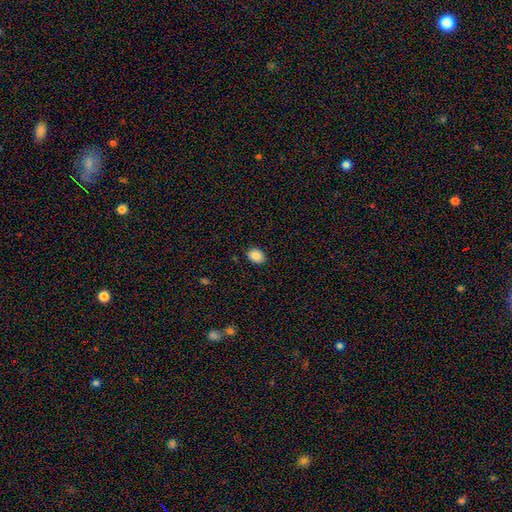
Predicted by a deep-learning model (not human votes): This appears to be a smooth galaxy with no disk features (87%) that is in between round and cigar-shaped (63%). Merging: none (89%).